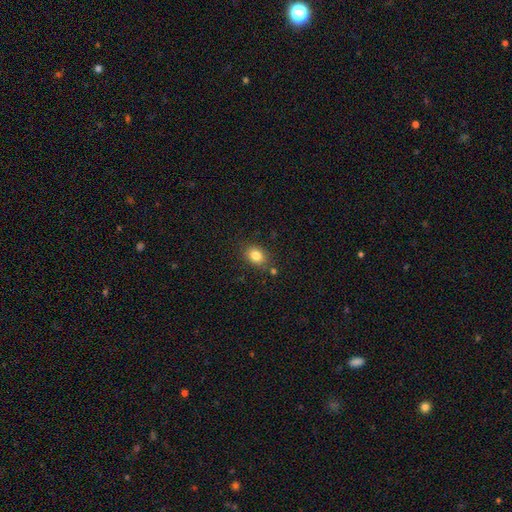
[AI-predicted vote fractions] smooth 82%, star or artifact 10%, featured or disk 7%. Down the decision tree: how rounded — in between (57%); merging — none (81%).